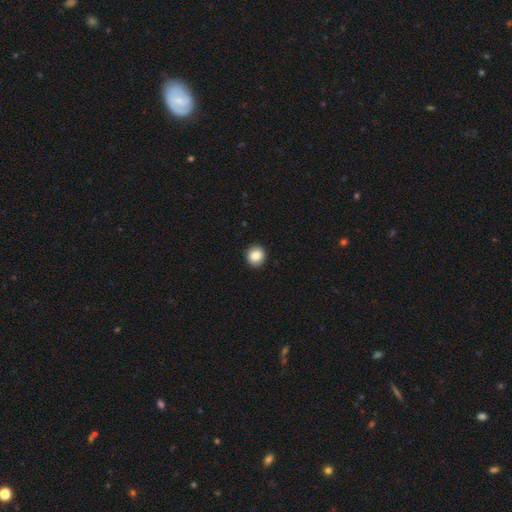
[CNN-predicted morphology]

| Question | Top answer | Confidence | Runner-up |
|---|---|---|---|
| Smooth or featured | smooth | 87% | star or artifact (8%) |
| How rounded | round | 92% | in between (8%) |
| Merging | none | 93% | minor disturbance (5%) |